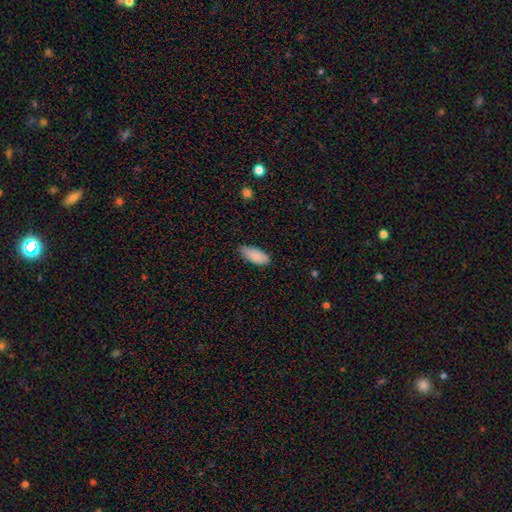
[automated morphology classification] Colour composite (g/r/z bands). It shows a smooth galaxy with no disk features (88%) that is in between round and cigar-shaped (88%). Merging: none (74%).